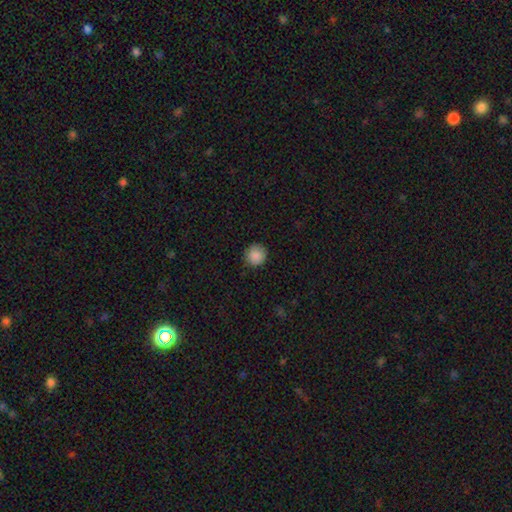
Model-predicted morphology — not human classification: A smooth galaxy with no disk features (88%) that is round (91%).

Vote fractions:
- Smooth or featured? smooth: 88% / star or artifact: 9% / featured or disk: 3%
- How rounded? round: 91% / in between: 8% / cigar-shaped: 1%
- Merging? none: 88% / minor disturbance: 9% / major disturbance: 2% / merger: 1%